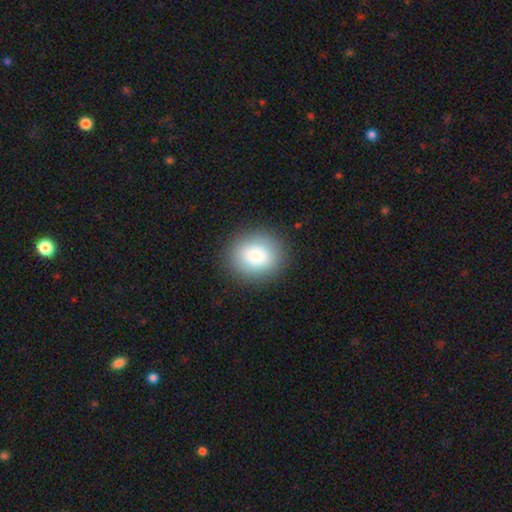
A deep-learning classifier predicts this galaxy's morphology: Smooth or featured? Predicted: smooth (p=0.84). How rounded? Predicted: round (p=0.71). Merging? Predicted: none (p=0.90).